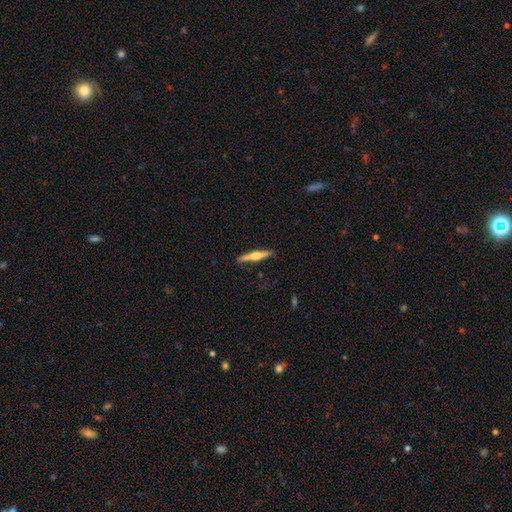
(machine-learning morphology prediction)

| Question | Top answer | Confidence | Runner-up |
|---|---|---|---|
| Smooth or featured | featured or disk | 61% | smooth (33%) |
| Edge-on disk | yes | 97% | no (3%) |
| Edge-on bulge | rounded | 92% | boxy (4%) |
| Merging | none | 88% | minor disturbance (9%) |